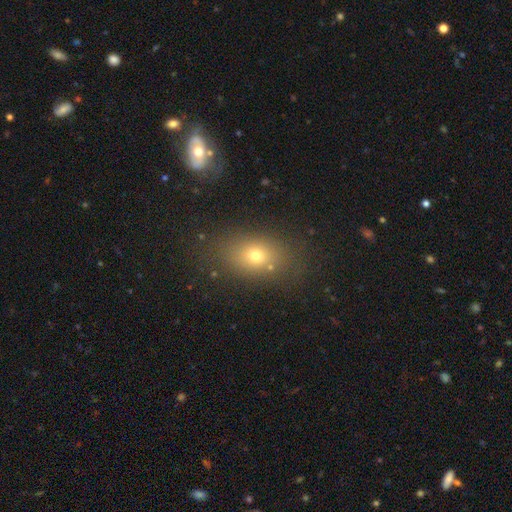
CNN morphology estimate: Overall: smooth (70%). How rounded: in between (72%). Merging: none (81%).